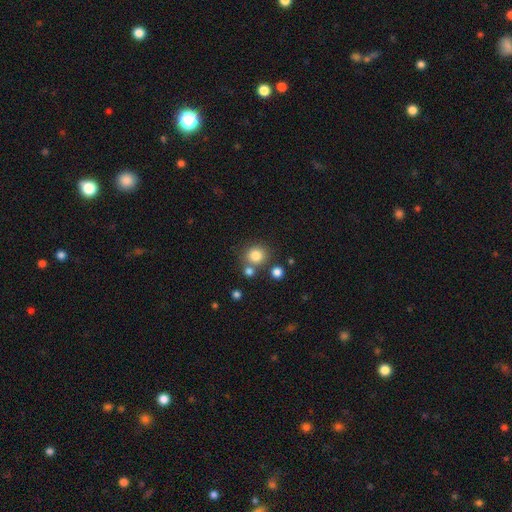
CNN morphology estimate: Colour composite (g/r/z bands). It shows a smooth galaxy with no disk features (82%) that is round (87%). Merging: none (72%).